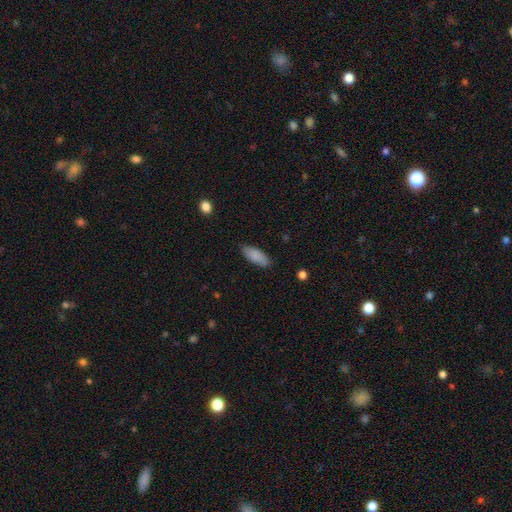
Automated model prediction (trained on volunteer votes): The model was most divided on "how rounded": in between: 79%, cigar-shaped: 19%, round: 2%. More confident: smooth or featured — smooth (87%); merging — none (83%).